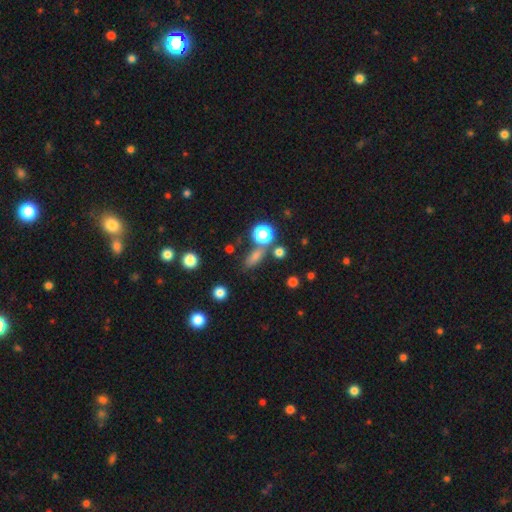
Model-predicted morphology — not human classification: Overall: smooth (66%). How rounded: in between (56%; round 23%). Merging: none (66%).